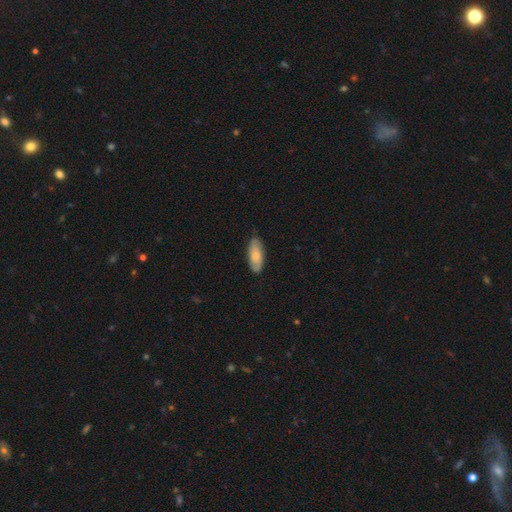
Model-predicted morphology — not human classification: A smooth galaxy with no disk features (64%) that is in between round and cigar-shaped (82%). Merging: none (81%).